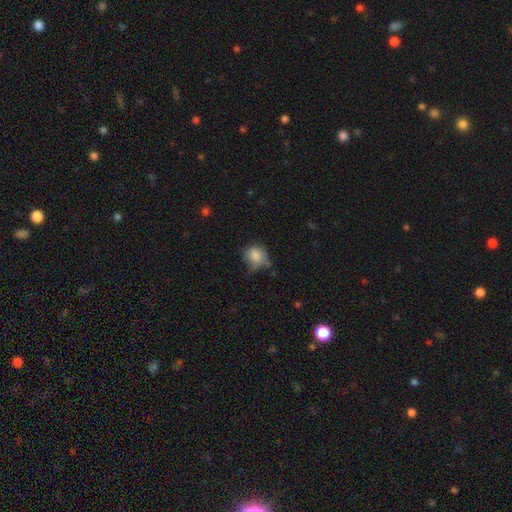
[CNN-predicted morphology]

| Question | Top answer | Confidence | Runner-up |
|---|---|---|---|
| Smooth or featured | smooth | 83% | star or artifact (10%) |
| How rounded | round | 67% | in between (32%) |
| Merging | none | 48% | minor disturbance (37%) |